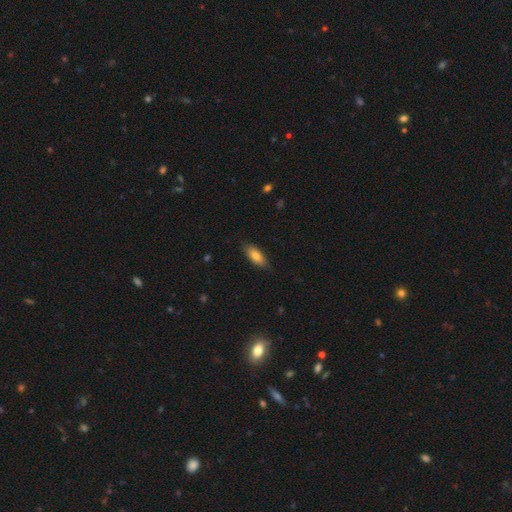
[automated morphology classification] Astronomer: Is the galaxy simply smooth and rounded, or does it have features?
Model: smooth — 79%.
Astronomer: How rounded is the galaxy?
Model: in between — 77%.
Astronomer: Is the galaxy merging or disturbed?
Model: none — 83%.